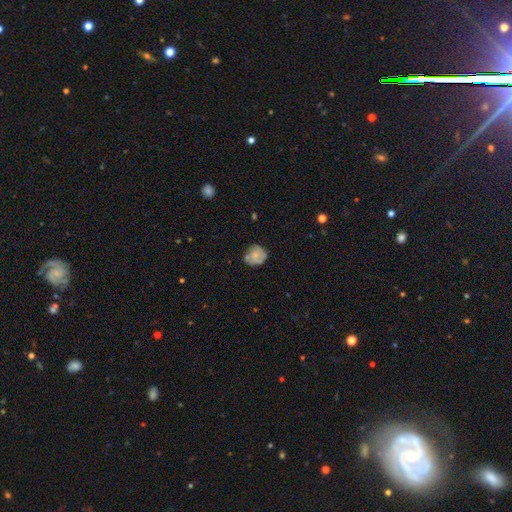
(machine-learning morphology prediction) smooth_or_featured: smooth (p=0.54) [alt: featured or disk p=0.38]
how_rounded: round (p=0.73) [alt: in between p=0.26]
merging: none (p=0.61) [alt: minor disturbance p=0.26]